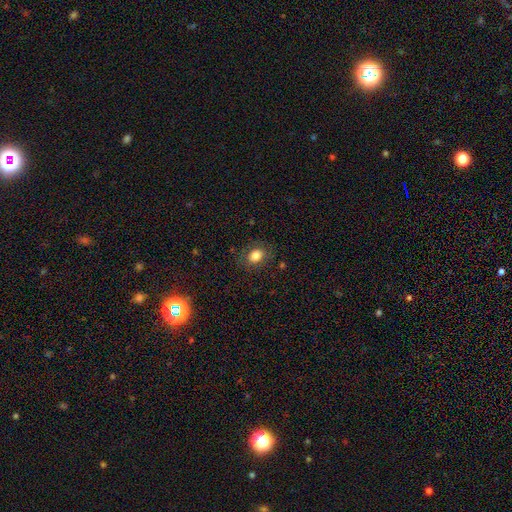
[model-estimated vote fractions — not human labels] smooth-or-featured: smooth: 82% | star or artifact: 10% | featured or disk: 8%
  how-rounded: in between: 62% | round: 37% | cigar-shaped: 1%
  merging: none: 81% | minor disturbance: 13% | major disturbance: 4% | merger: 1%